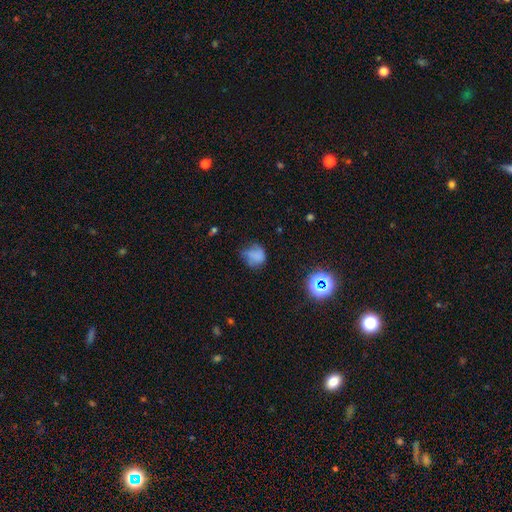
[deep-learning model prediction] smooth 65%, featured or disk 18%, star or artifact 17%. Down the decision tree: how rounded — round (63%); merging — none (40%).